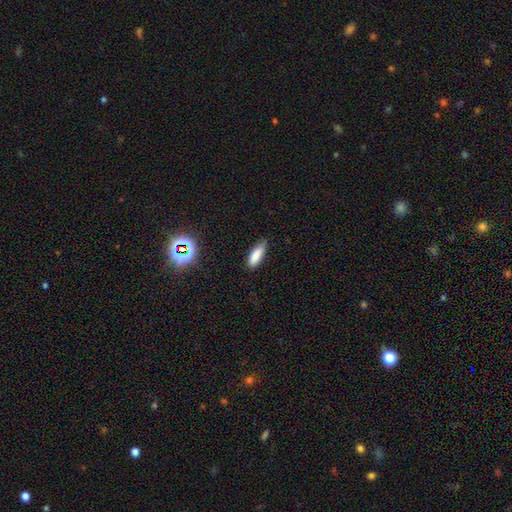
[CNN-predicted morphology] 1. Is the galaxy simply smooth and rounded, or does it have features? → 83% smooth, 10% star or artifact, 7% featured or disk.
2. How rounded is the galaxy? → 62% in between, 36% cigar-shaped, 2% round.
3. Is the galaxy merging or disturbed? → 75% none, 20% minor disturbance, 3% major disturbance, 2% merger.